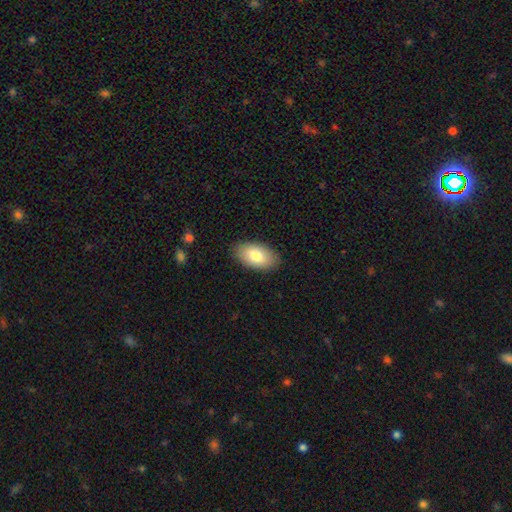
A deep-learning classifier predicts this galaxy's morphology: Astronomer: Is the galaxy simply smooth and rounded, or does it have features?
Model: smooth — 81%.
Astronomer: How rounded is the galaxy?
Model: in between — 95%.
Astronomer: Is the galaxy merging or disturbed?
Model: none — 87%.